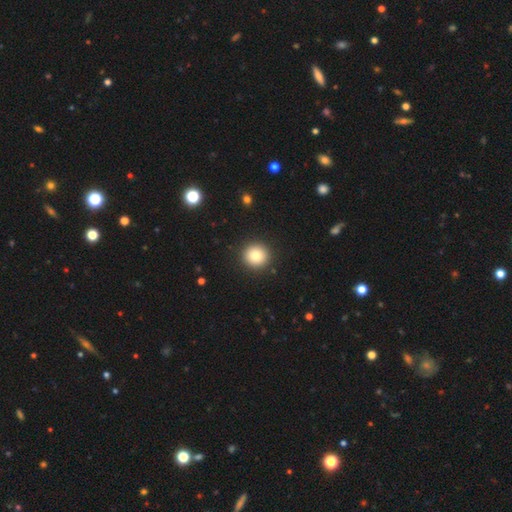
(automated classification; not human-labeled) smooth-or-featured: smooth: 83% | star or artifact: 10% | featured or disk: 7%
  how-rounded: round: 94% | in between: 5% | cigar-shaped: 1%
  merging: none: 91% | minor disturbance: 5% | major disturbance: 2% | merger: 1%